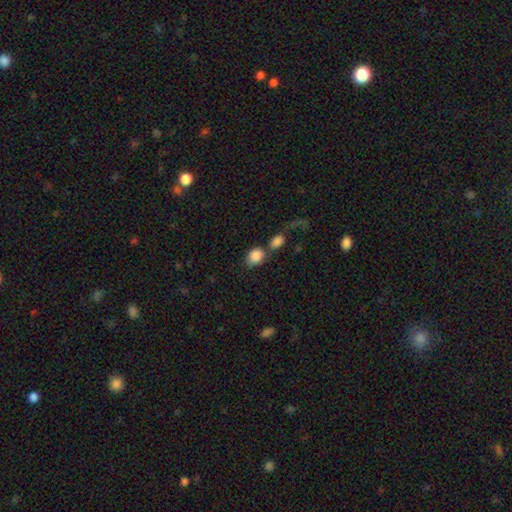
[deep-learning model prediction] Smooth or featured? Predicted: smooth (p=0.86). How rounded? Predicted: in between (p=0.61). Merging? Predicted: merger (p=0.43).